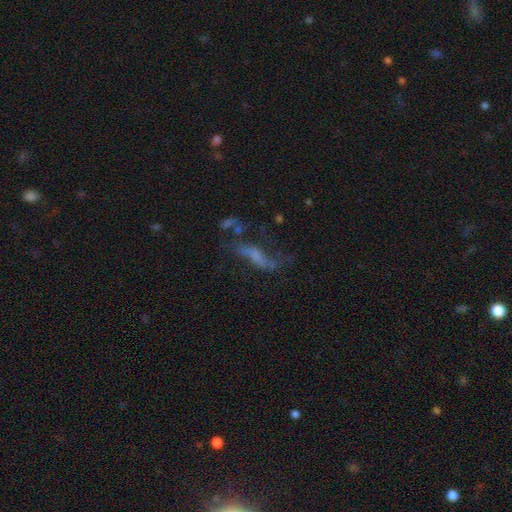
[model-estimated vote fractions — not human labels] smooth_or_featured: featured or disk (p=0.54) [alt: smooth p=0.28]
disk_edge_on: no (p=0.77) [alt: yes p=0.23]
merging: none (p=0.41) [alt: major disturbance p=0.29]